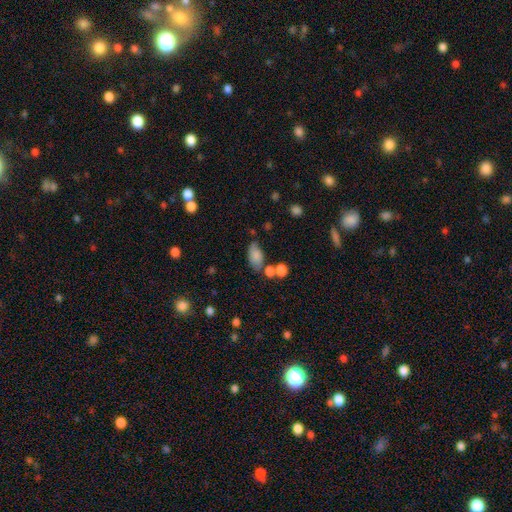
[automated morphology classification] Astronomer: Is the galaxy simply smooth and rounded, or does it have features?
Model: smooth — 79%.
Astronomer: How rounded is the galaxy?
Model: in between — 90%.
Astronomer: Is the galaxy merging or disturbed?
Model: none — 54%.